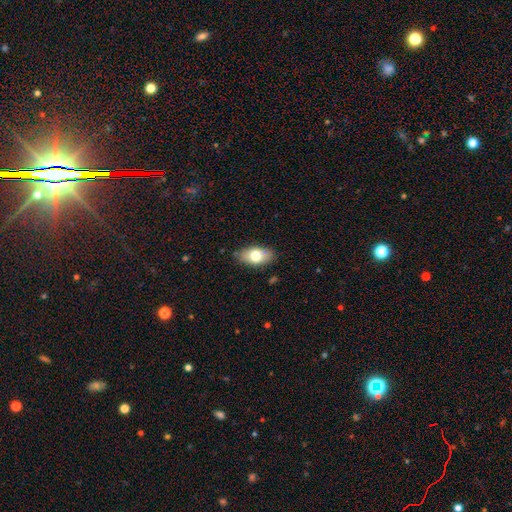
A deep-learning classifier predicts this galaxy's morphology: smooth_or_featured: smooth (p=0.75) [alt: featured or disk p=0.18]
how_rounded: in between (p=0.90) [alt: round p=0.06]
merging: none (p=0.83) [alt: minor disturbance p=0.13]